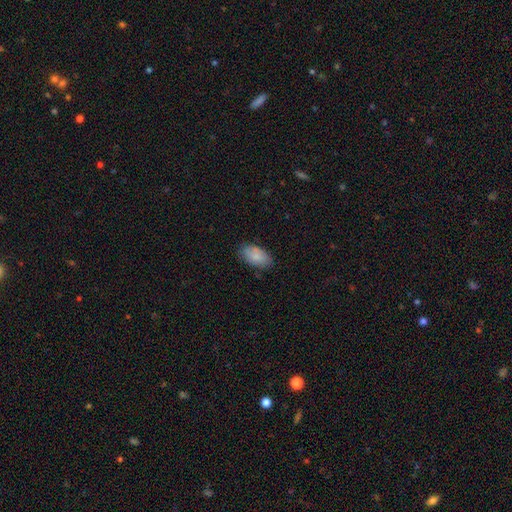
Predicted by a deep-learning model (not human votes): Morphology: type=smooth (84%); roundness=in between (94%); merging=none (79%).